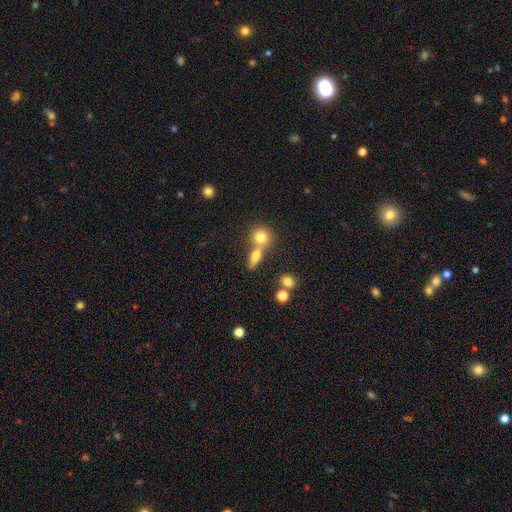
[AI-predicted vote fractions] This appears to be a smooth galaxy with no disk features (68%) that is in between round and cigar-shaped (43%). Merging: none (49%).